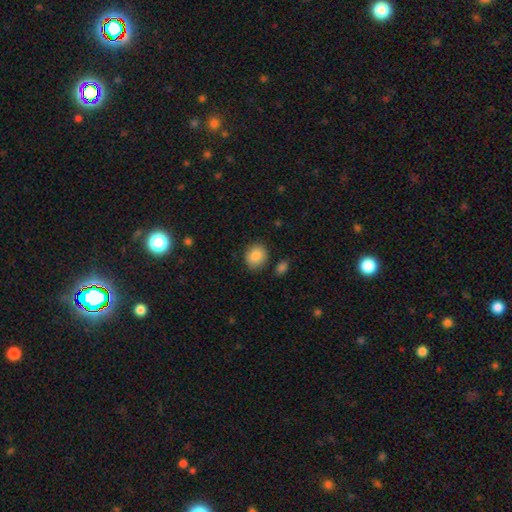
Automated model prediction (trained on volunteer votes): Q: Smooth or featured?
A: smooth (86%); runner-up: star or artifact (7%)
Q: How rounded?
A: round (68%); runner-up: in between (31%)
Q: Merging?
A: none (82%); runner-up: minor disturbance (12%)